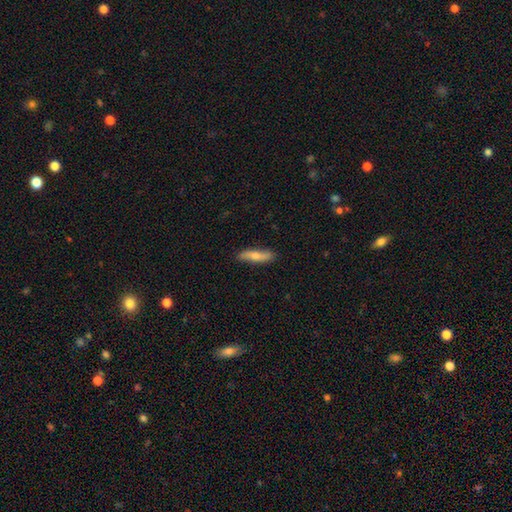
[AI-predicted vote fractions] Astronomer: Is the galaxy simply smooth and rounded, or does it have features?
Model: smooth — 61%.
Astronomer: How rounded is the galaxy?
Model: cigar-shaped — 72%.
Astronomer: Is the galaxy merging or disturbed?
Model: none — 84%.